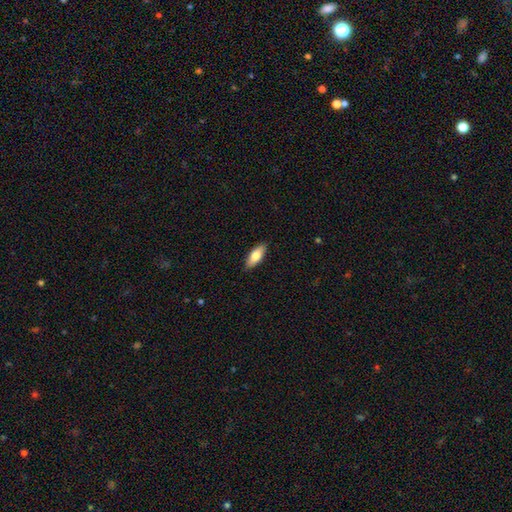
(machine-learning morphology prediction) Overall: smooth (77%). How rounded: in between (77%). Merging: none (87%).